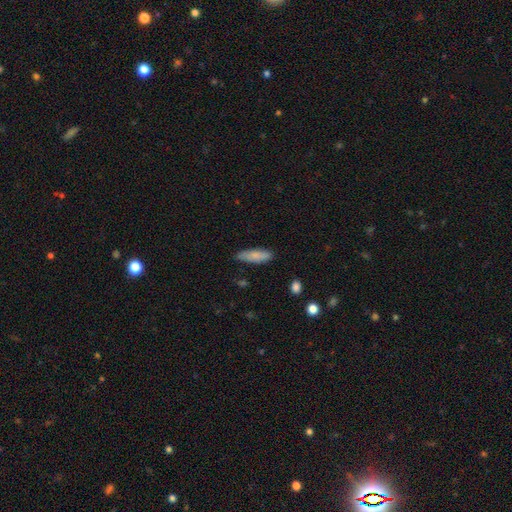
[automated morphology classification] Q: Smooth or featured?
A: smooth (79%); runner-up: featured or disk (15%)
Q: How rounded?
A: cigar-shaped (51%); runner-up: in between (47%)
Q: Merging?
A: none (79%); runner-up: minor disturbance (17%)